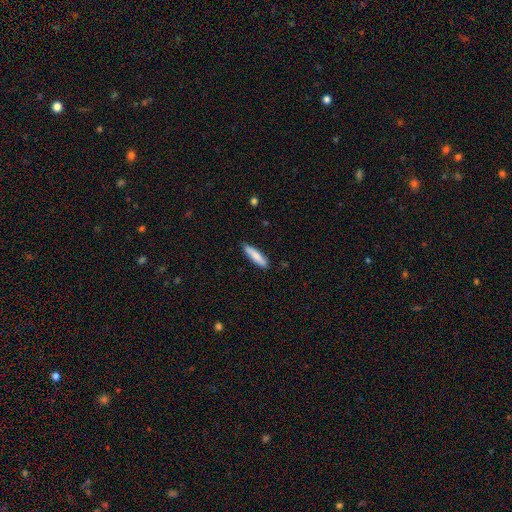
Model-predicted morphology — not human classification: Smooth or featured? Predicted: smooth (p=0.82). How rounded? Predicted: cigar-shaped (p=0.78). Merging? Predicted: none (p=0.87).